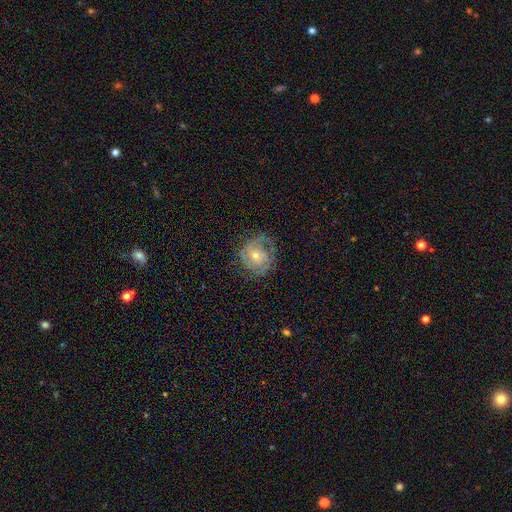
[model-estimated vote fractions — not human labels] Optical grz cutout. It shows a featured or disk galaxy (76%) with no bar (67%), 2 (46%) tight (51%) spiral arms (89%) and a small central bulge (48%). Merging: none (64%).